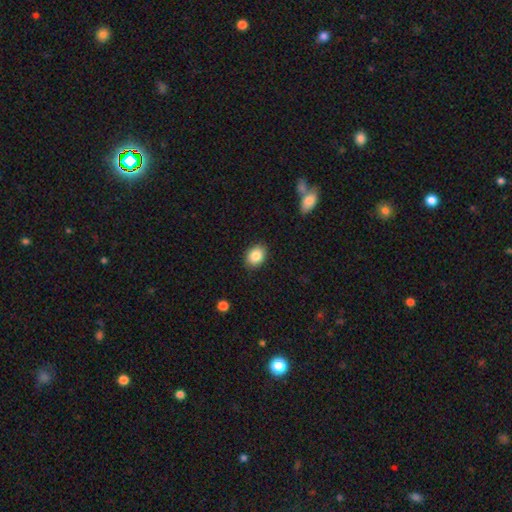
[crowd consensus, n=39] This is likely a smooth galaxy (79%). How rounded: likely in between (61%). Merging: clearly none (94%).